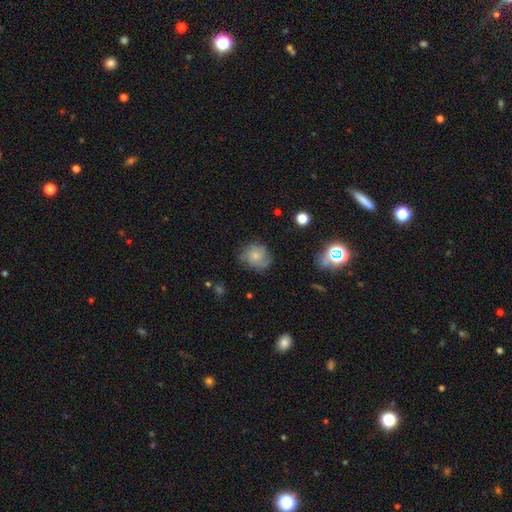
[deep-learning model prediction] A featured or disk galaxy (48%).

Vote fractions:
- Smooth or featured? featured or disk: 48% / smooth: 42% / star or artifact: 10%
- Merging? none: 68% / minor disturbance: 22% / major disturbance: 8% / merger: 2%